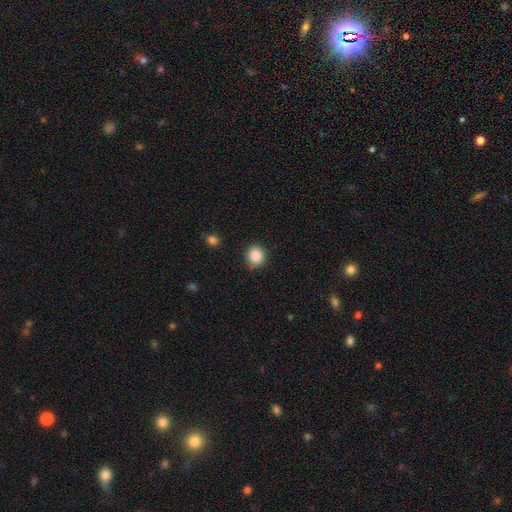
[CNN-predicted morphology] Smooth or featured: smooth — 87% (star or artifact — 10%)
How rounded: round — 83% (in between — 16%)
Merging: none — 83% (minor disturbance — 13%)